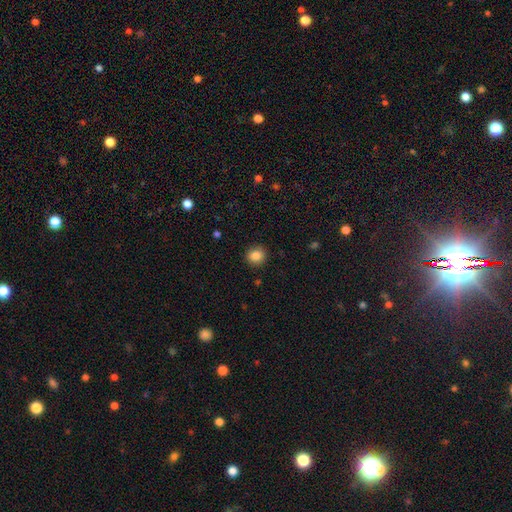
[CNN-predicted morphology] Smooth or featured? Predicted: smooth (p=0.86). How rounded? Predicted: round (p=0.84). Merging? Predicted: none (p=0.90).